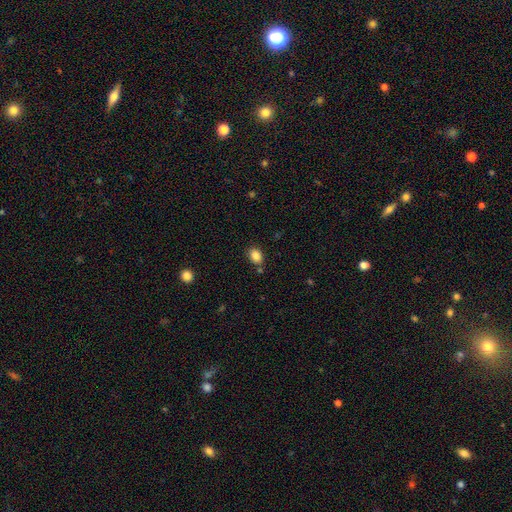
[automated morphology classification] Overall: smooth (85%). How rounded: in between (67%; round 32%). Merging: none (78%).